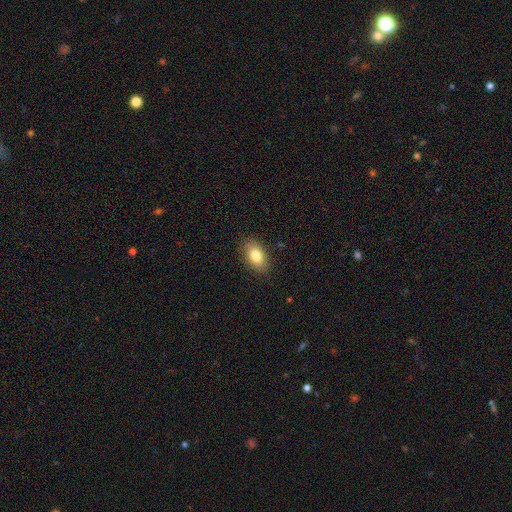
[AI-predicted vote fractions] Overall: smooth (81%). How rounded: in between (89%). Merging: none (87%).